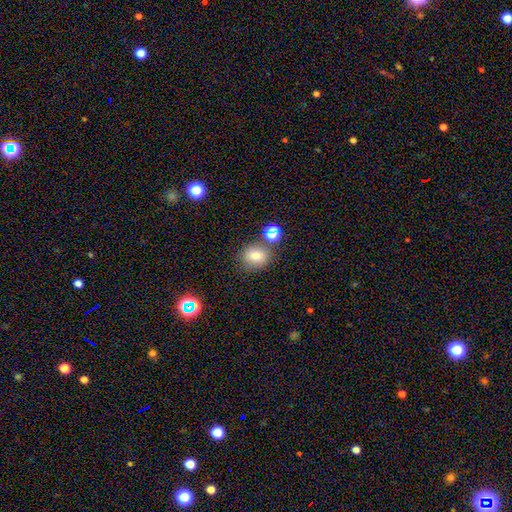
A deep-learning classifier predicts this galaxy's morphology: Smooth or featured: smooth — 77% (star or artifact — 14%)
How rounded: round — 63% (in between — 36%)
Merging: none — 72% (minor disturbance — 13%)